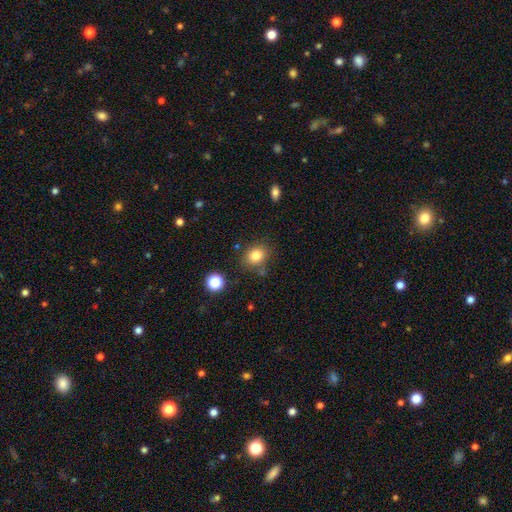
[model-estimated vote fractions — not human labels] Smooth or featured?
  - smooth: 81% *
  - star or artifact: 11%
  - featured or disk: 7%
How rounded?
  - round: 55% *
  - in between: 44%
  - cigar-shaped: 1%
Merging?
  - none: 76% *
  - minor disturbance: 14%
  - merger: 6%
  - major disturbance: 4%